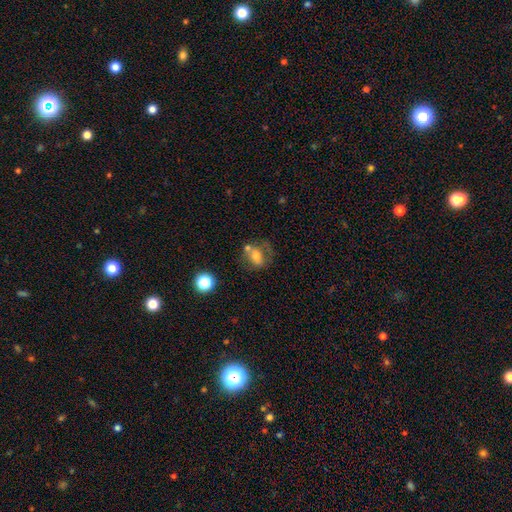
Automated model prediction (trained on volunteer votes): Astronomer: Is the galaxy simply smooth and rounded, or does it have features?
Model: smooth — 56% (runner-up: featured or disk, 32%).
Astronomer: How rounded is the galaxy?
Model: in between — 60% (runner-up: round, 37%).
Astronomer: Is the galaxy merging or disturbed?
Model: none — 40% (runner-up: merger, 26%).